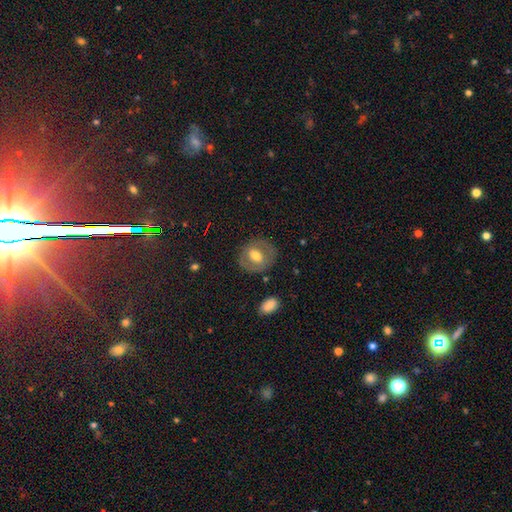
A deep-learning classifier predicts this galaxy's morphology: Q: Smooth or featured?
A: smooth (50%); runner-up: featured or disk (43%)
Q: How rounded?
A: round (67%); runner-up: in between (32%)
Q: Merging?
A: none (80%); runner-up: minor disturbance (13%)